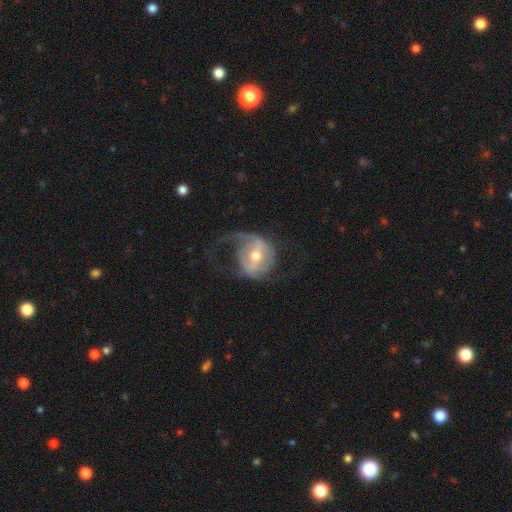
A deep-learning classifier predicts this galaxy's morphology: smooth_or_featured: featured or disk (p=0.79) [alt: smooth p=0.15]
disk_edge_on: no (p=0.97) [alt: yes p=0.03]
bar: weak (p=0.42) [alt: strong p=0.32]
has_spiral_arms: yes (p=0.87) [alt: no p=0.13]
spiral_winding: loose (p=0.53) [alt: medium p=0.35]
spiral_arm_count: 2 (p=0.53) [alt: 1 p=0.34]
bulge_size: moderate (p=0.64) [alt: small p=0.31]
merging: none (p=0.44) [alt: major disturbance p=0.35]